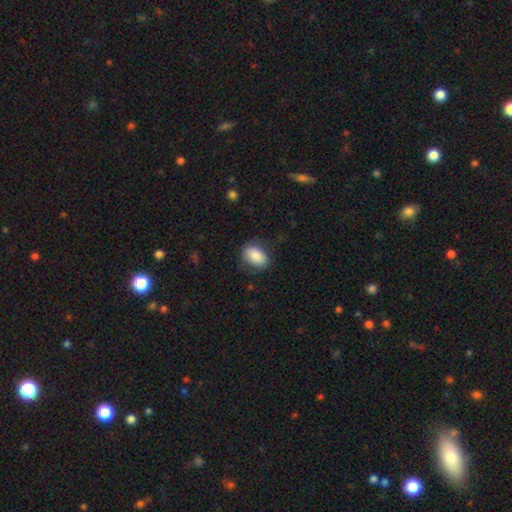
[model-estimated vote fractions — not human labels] Overall: smooth (83%). How rounded: in between (85%). Merging: none (74%).